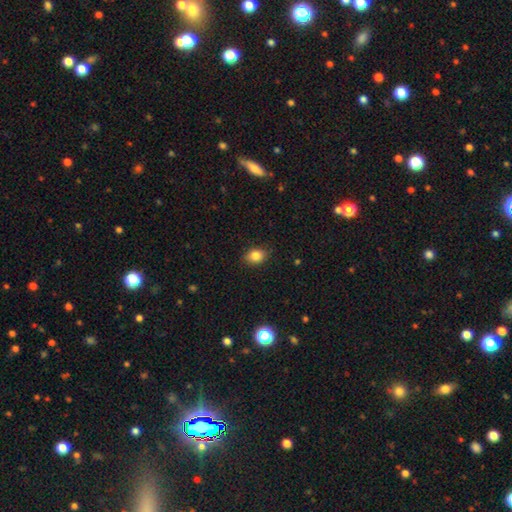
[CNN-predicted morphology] A smooth galaxy with no disk features (84%) that is in between round and cigar-shaped (64%).

Vote fractions:
- Smooth or featured? smooth: 84% / star or artifact: 10% / featured or disk: 6%
- How rounded? in between: 64% / round: 34% / cigar-shaped: 1%
- Merging? none: 86% / minor disturbance: 11% / major disturbance: 2% / merger: 1%